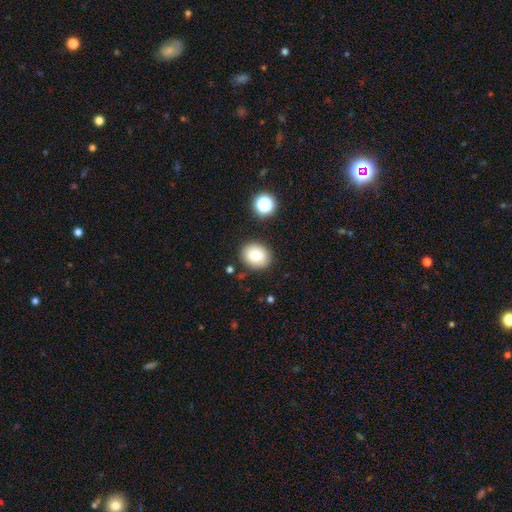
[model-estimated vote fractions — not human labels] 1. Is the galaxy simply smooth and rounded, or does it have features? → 78% smooth, 11% featured or disk, 10% star or artifact.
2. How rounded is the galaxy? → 61% round, 39% in between, 1% cigar-shaped.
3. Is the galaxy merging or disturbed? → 85% none, 9% minor disturbance, 3% merger, 3% major disturbance.